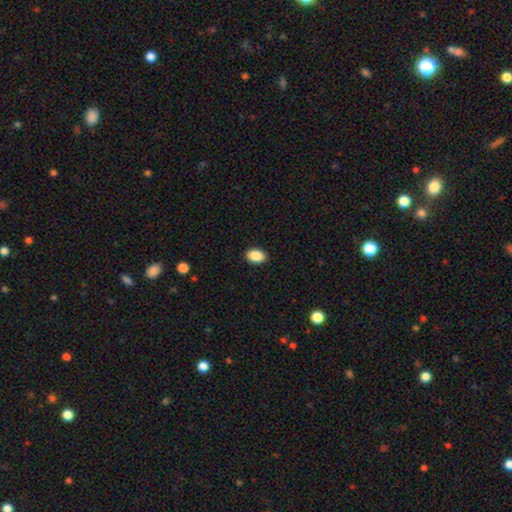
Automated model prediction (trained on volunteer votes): This is clearly a smooth galaxy (89%). How rounded: clearly in between (87%). Merging: clearly none (90%).